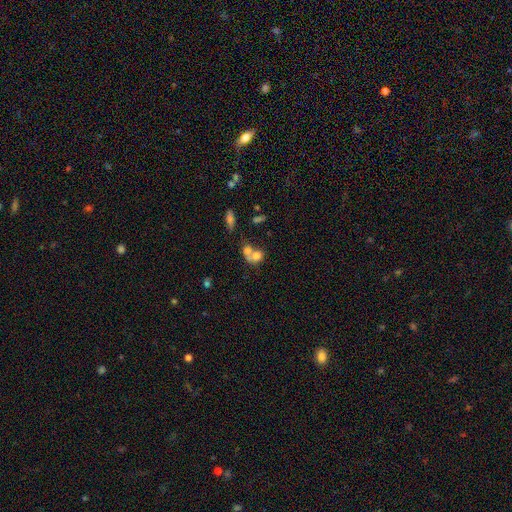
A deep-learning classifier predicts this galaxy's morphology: This appears to be a smooth galaxy with no disk features (68%) that is round (51%). Merging: merger (65%).